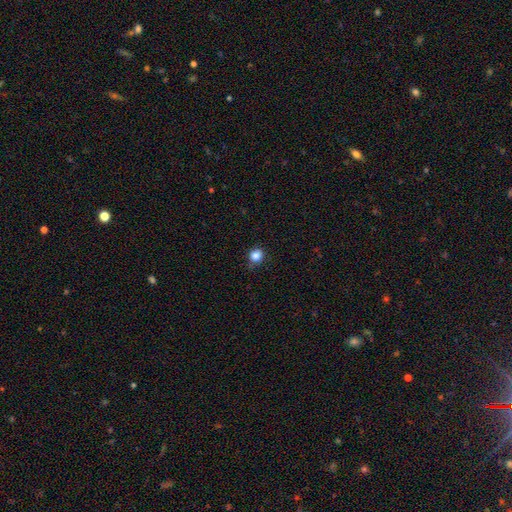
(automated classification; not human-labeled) The model was most divided on "merging": none: 80%, minor disturbance: 16%, major disturbance: 3%, merger: 1%. More confident: smooth or featured — smooth (85%); how rounded — round (83%).